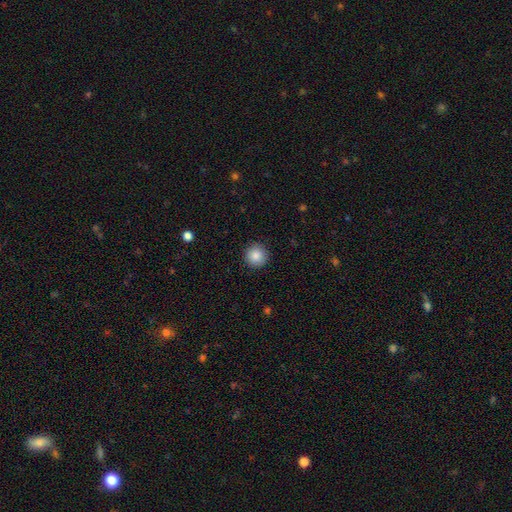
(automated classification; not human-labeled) Morphology: type=smooth (86%); roundness=round (95%); merging=none (91%).